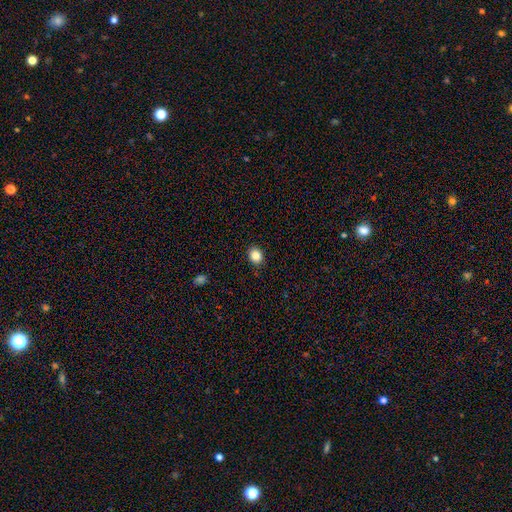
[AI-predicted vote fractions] Smooth or featured: smooth — 85% (star or artifact — 10%)
How rounded: round — 62% (in between — 37%)
Merging: none — 89% (minor disturbance — 8%)